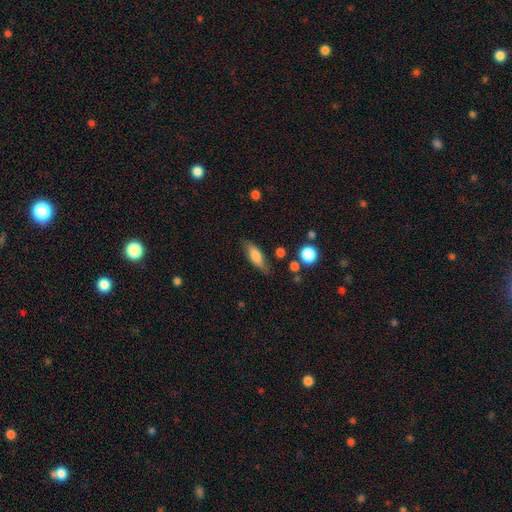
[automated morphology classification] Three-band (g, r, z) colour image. It shows a smooth galaxy with no disk features (69%) that is in between round and cigar-shaped (67%). Merging: none (73%).